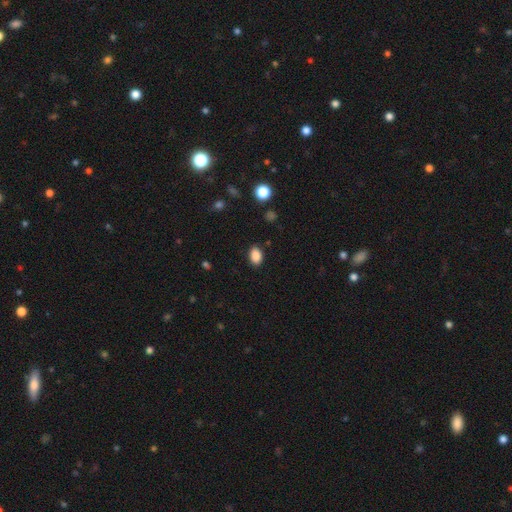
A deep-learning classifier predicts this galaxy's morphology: Smooth or featured? smooth (88%)
How rounded? in between (84%)
Merging? none (87%)